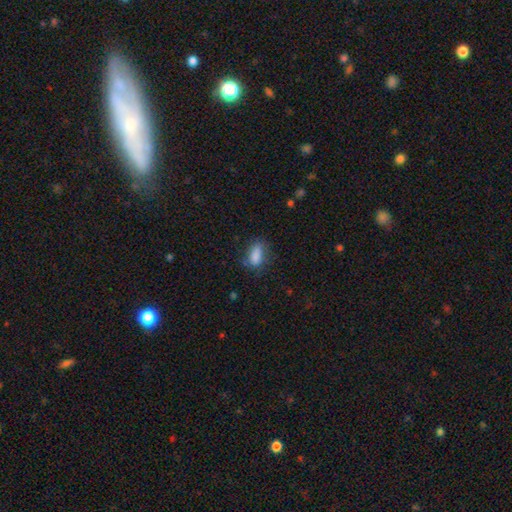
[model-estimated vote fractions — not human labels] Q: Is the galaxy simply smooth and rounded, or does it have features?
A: smooth — 83%.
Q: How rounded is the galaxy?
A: in between — 82%.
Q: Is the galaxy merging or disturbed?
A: none — 64%.